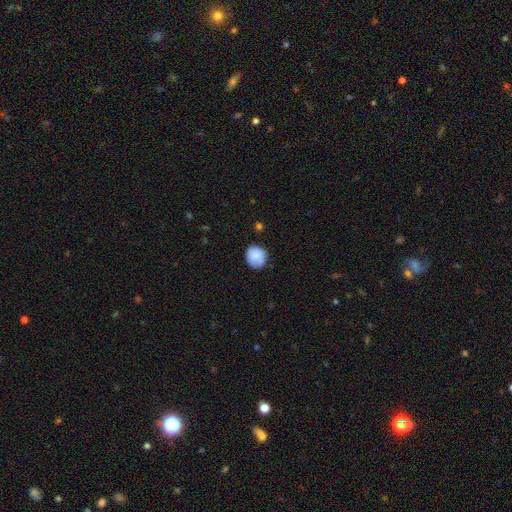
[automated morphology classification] A smooth galaxy with no disk features (84%) that is round (84%). Merging: none (78%).